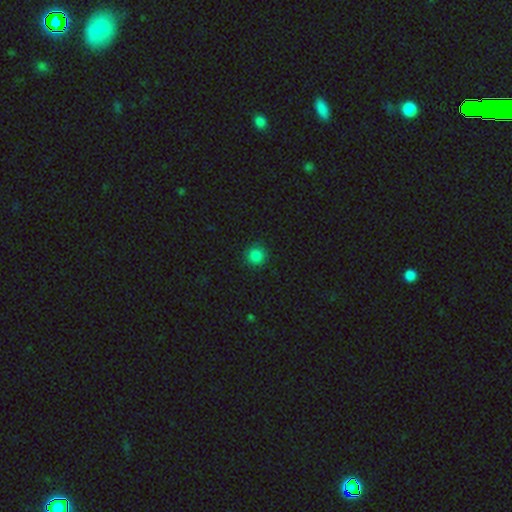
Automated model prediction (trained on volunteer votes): Smooth or featured? smooth (84%)
How rounded? round (94%)
Merging? none (90%)